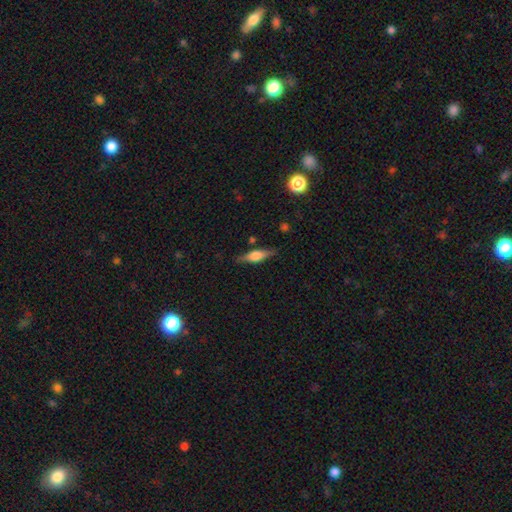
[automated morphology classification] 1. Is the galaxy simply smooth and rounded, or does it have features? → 56% featured or disk, 38% smooth, 7% star or artifact.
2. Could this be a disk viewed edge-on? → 94% yes, 6% no.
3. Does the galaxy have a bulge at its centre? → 81% rounded, 16% boxy, 3% none.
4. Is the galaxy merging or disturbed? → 82% none, 13% minor disturbance, 3% major disturbance, 2% merger.